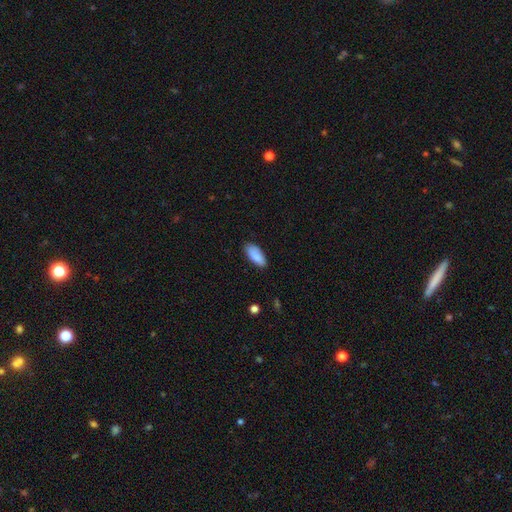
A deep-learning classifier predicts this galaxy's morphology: smooth-or-featured: smooth: 87% | featured or disk: 6% | star or artifact: 6%
  how-rounded: in between: 84% | cigar-shaped: 15% | round: 2%
  merging: none: 82% | minor disturbance: 14% | major disturbance: 2% | merger: 1%